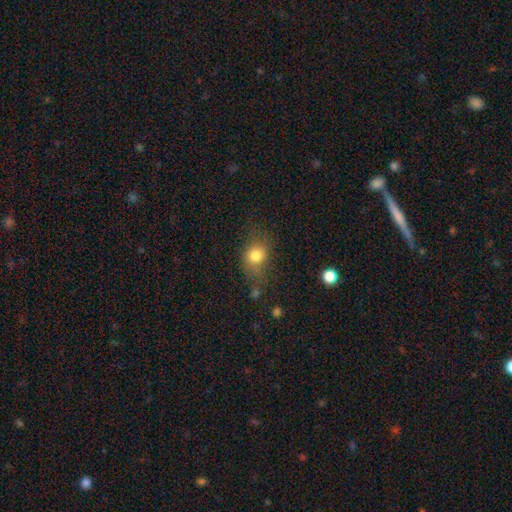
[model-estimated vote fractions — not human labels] Morphology: type=smooth (77%); roundness=in between (51%); merging=none (57%).